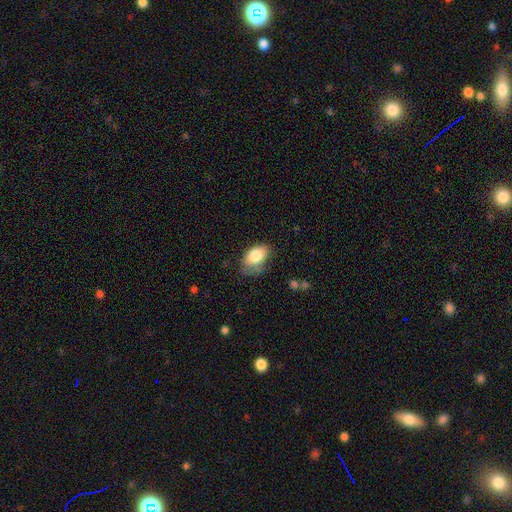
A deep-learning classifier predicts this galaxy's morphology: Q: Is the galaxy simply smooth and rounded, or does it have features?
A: smooth — 81%.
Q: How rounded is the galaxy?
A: in between — 90%.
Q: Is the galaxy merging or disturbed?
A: none — 52%.